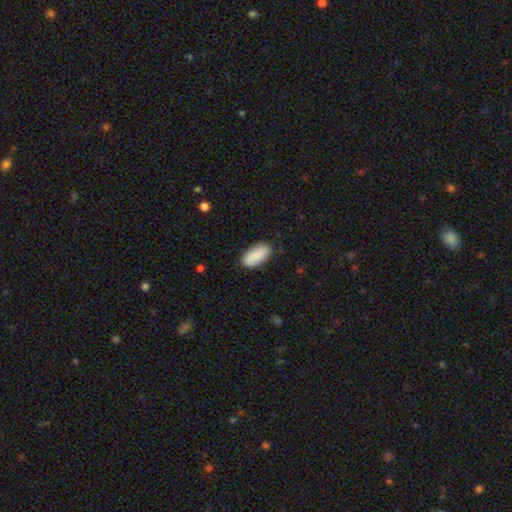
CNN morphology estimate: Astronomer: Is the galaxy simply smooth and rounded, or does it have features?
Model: smooth — 83%.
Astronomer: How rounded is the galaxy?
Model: in between — 91%.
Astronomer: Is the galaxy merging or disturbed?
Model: none — 83%.